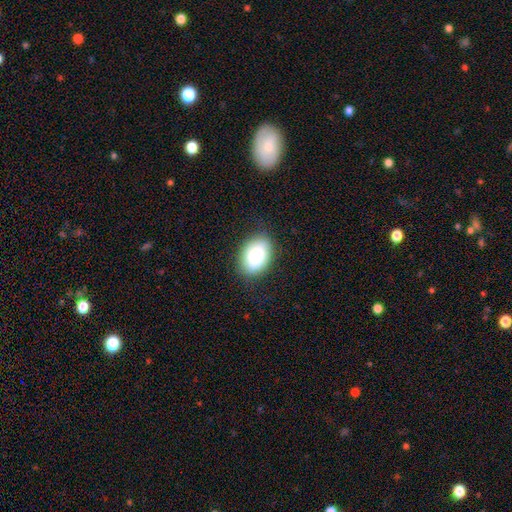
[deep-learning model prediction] This is clearly a smooth galaxy (81%). How rounded: clearly in between (82%). Merging: clearly none (84%).